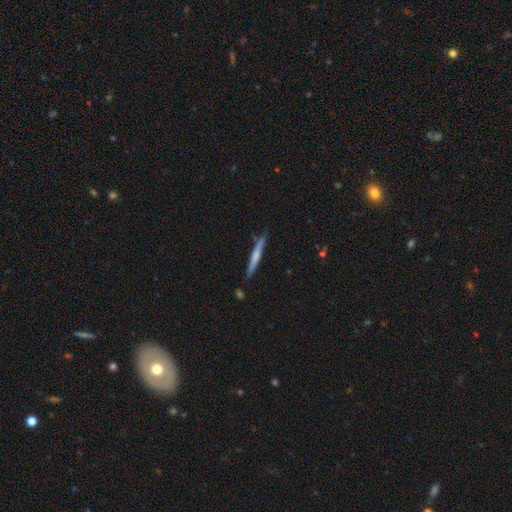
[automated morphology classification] This appears to be a smooth galaxy with no disk features (50%). Merging: none (85%).